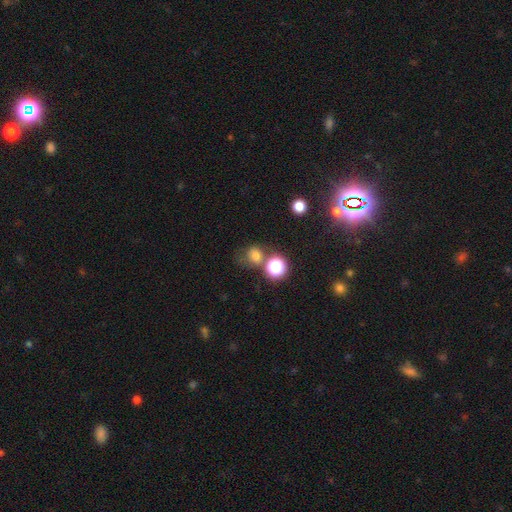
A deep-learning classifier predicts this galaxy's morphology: Overall: smooth (68%). How rounded: round (74%). Merging: none (54%; merger 19%).